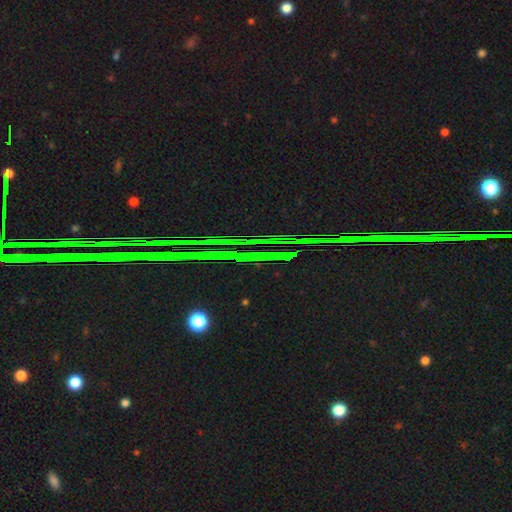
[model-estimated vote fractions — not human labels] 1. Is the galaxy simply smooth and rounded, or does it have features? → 88% star or artifact, 7% featured or disk, 6% smooth.